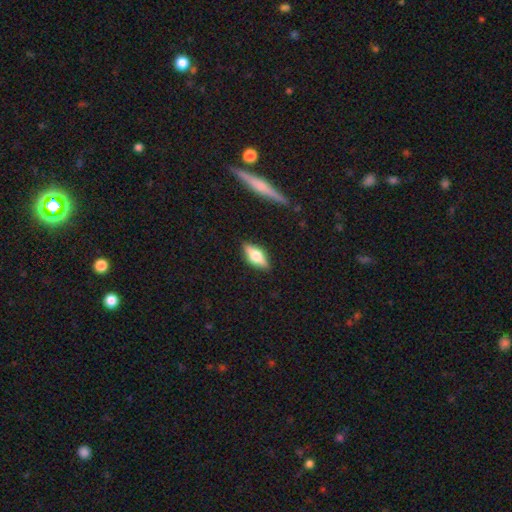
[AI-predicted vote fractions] Morphology: type=featured or disk (48%); merging=none (86%).